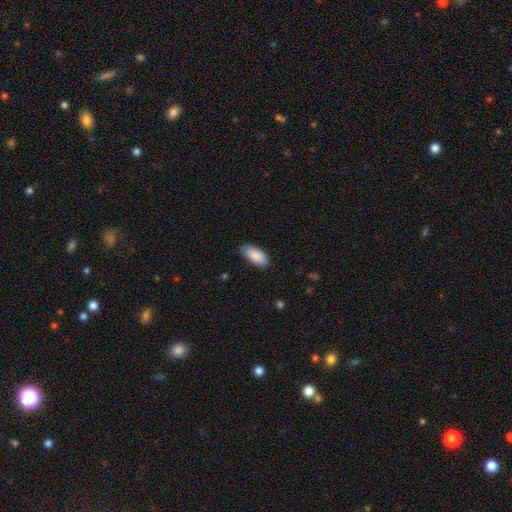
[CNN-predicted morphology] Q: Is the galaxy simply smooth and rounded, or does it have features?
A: smooth — 89%.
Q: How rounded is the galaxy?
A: in between — 91%.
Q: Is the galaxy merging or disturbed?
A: none — 80%.